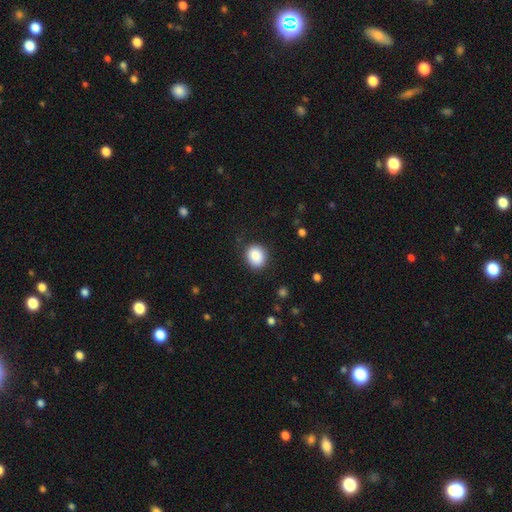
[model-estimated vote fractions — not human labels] smooth 87%, star or artifact 8%, featured or disk 5%. Down the decision tree: how rounded — round (69%); merging — none (83%).